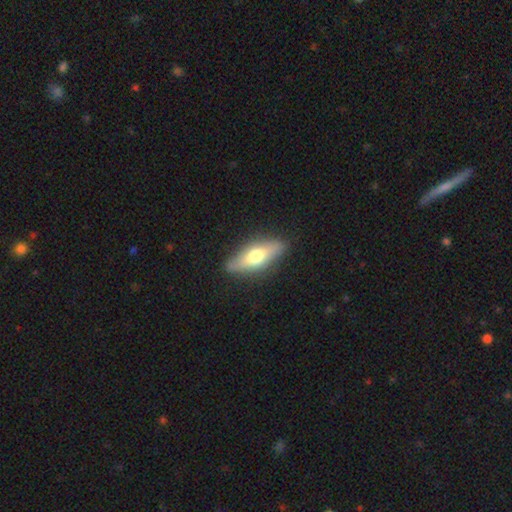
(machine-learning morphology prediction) smooth 54%, featured or disk 40%, star or artifact 6%. Down the decision tree: how rounded — in between (58%); merging — none (85%).